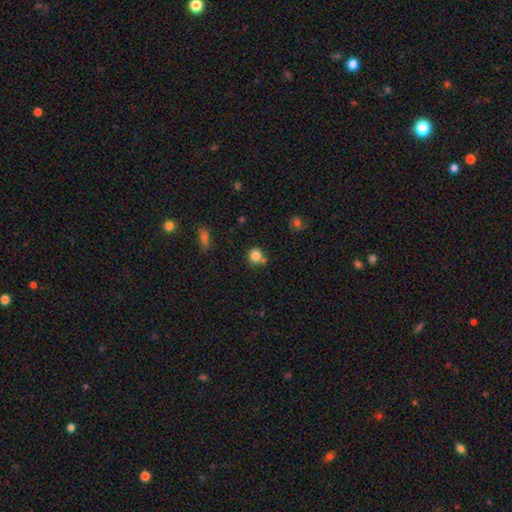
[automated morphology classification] smooth 82%, star or artifact 12%, featured or disk 6%. Down the decision tree: how rounded — round (88%); merging — none (62%).